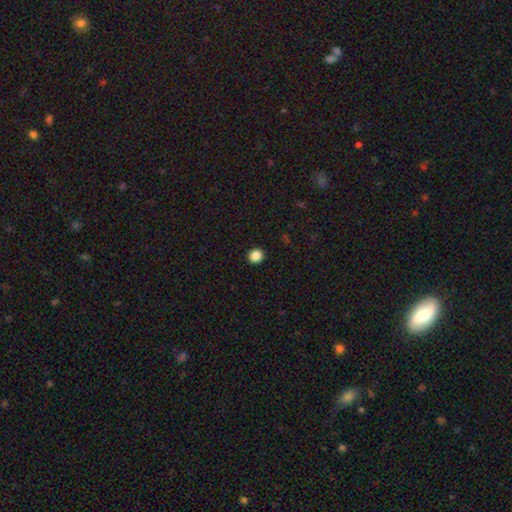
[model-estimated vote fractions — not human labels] smooth_or_featured: smooth (p=0.86) [alt: star or artifact p=0.10]
how_rounded: round (p=0.94) [alt: in between p=0.05]
merging: none (p=0.94) [alt: minor disturbance p=0.04]